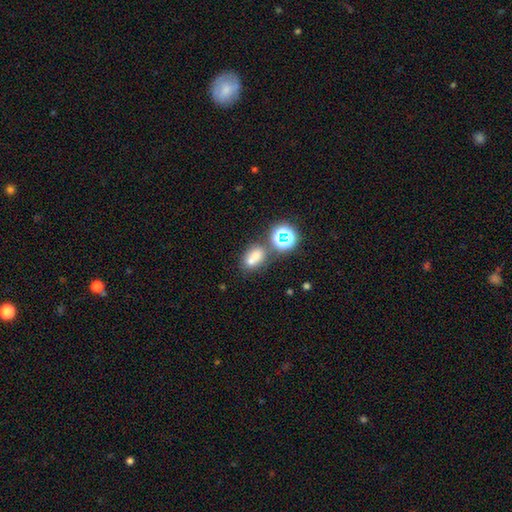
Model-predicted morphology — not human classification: Smooth or featured?
  - smooth: 64% *
  - star or artifact: 21%
  - featured or disk: 14%
How rounded?
  - in between: 58% *
  - round: 40%
  - cigar-shaped: 2%
Merging?
  - none: 45% *
  - merger: 39%
  - minor disturbance: 11%
  - major disturbance: 5%